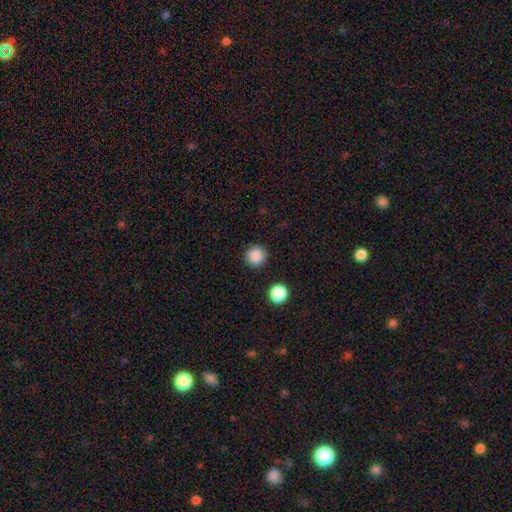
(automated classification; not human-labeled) Smooth or featured? Predicted: smooth (p=0.87). How rounded? Predicted: round (p=0.95). Merging? Predicted: none (p=0.91).